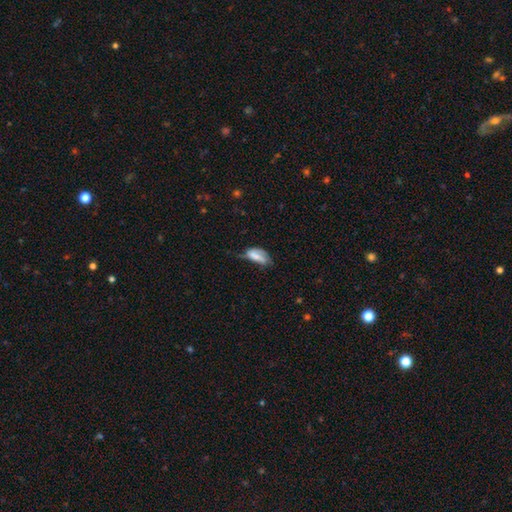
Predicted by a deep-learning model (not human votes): smooth-or-featured: smooth: 58% | featured or disk: 33% | star or artifact: 9%
  how-rounded: in between: 84% | cigar-shaped: 12% | round: 3%
  merging: minor disturbance: 36% | major disturbance: 30% | none: 29% | merger: 5%